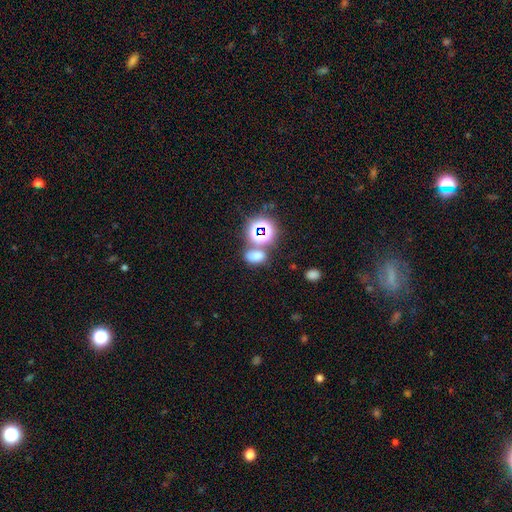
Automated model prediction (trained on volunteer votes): This appears to be a smooth galaxy with no disk features (64%) that is in between round and cigar-shaped (76%). Merging: none (57%).